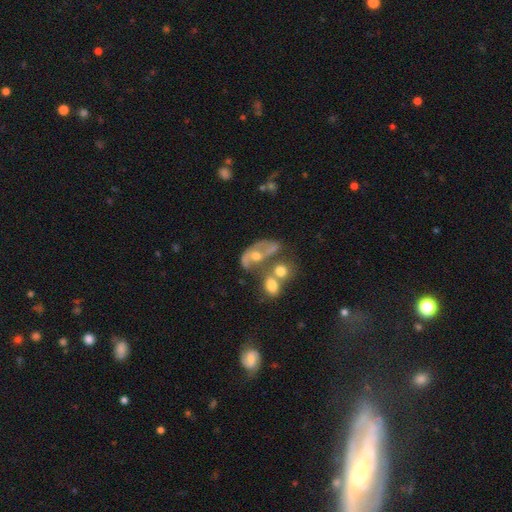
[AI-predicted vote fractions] featured or disk 61%, smooth 28%, star or artifact 11%. Down the decision tree: edge-on disk — no (94%); bar — no (69%); spiral arms — yes (54%); bulge size — moderate (63%); merging — merger (42%).